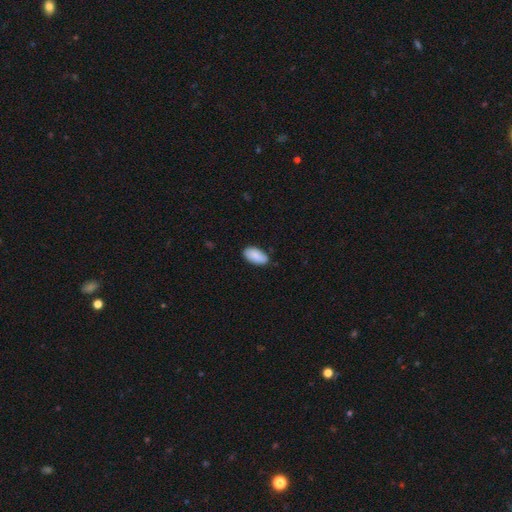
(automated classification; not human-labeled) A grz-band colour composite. It shows a smooth galaxy with no disk features (87%) that is in between round and cigar-shaped (95%). Merging: none (81%).